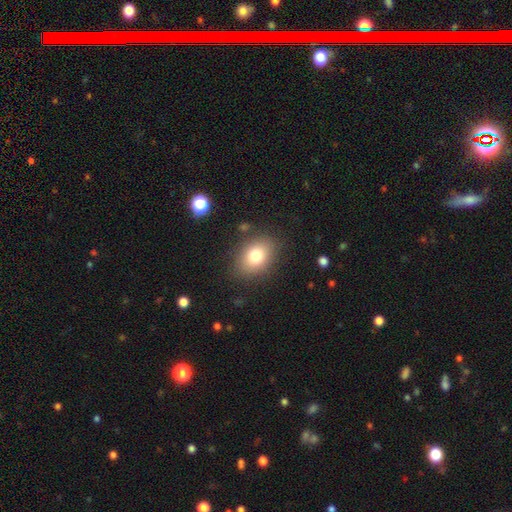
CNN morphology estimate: Smooth or featured? smooth (78%)
How rounded? in between (72%)
Merging? none (84%)